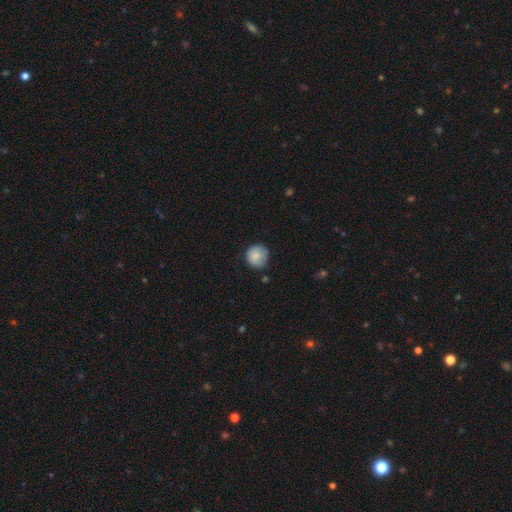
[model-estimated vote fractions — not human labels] This appears to be a smooth galaxy with no disk features (80%) that is round (92%). Merging: none (73%).